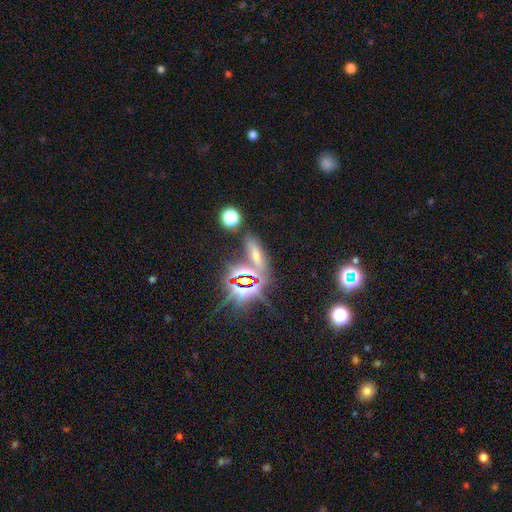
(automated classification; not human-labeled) This appears to be a star or artifact, not a galaxy (48%).